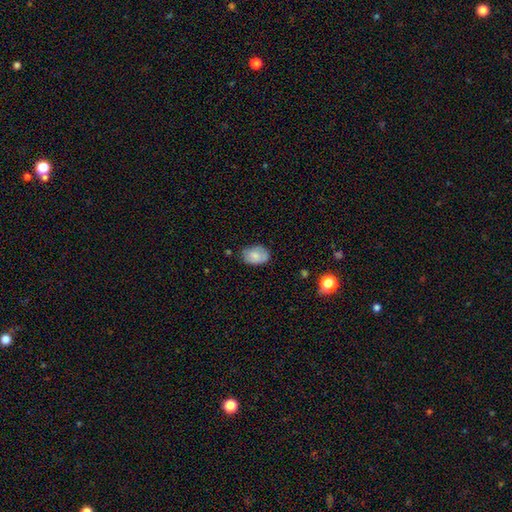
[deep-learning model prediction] smooth-or-featured: smooth: 77% | featured or disk: 16% | star or artifact: 8%
  how-rounded: in between: 81% | round: 18% | cigar-shaped: 1%
  merging: none: 70% | minor disturbance: 24% | major disturbance: 4% | merger: 2%